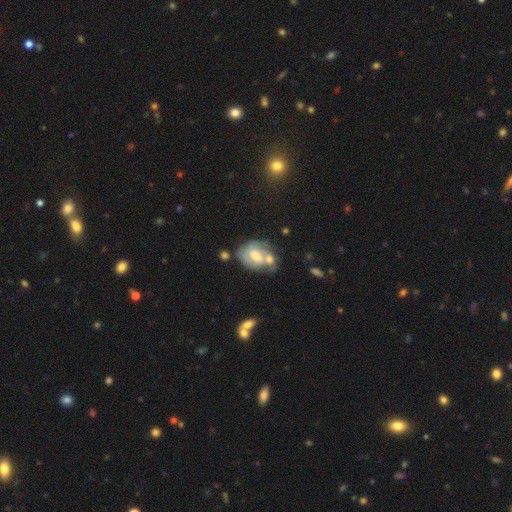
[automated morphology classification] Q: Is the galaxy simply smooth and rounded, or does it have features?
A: featured or disk — 59%.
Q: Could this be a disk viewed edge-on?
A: no — 96%.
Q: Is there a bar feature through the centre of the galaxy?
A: no — 48%.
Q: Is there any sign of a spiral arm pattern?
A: yes — 64%.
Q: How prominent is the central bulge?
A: moderate — 58%.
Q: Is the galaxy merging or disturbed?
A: merger — 38%.